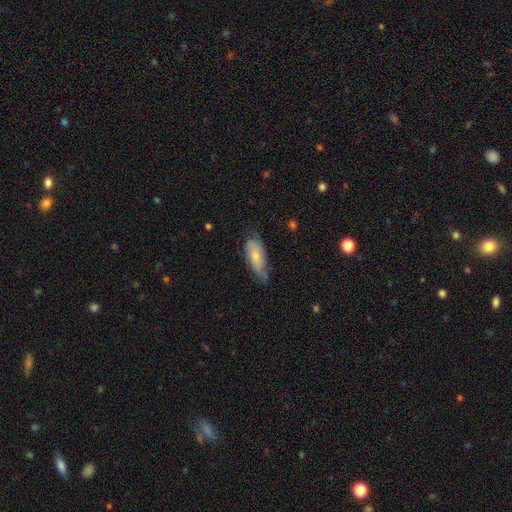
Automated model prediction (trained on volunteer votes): Smooth or featured? Predicted: smooth (p=0.59). How rounded? Predicted: in between (p=0.72). Merging? Predicted: none (p=0.54).